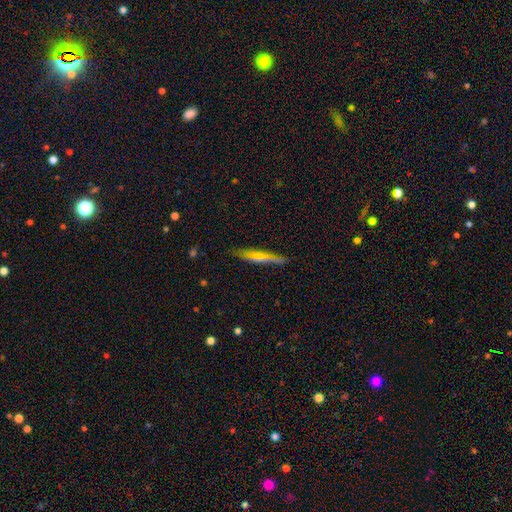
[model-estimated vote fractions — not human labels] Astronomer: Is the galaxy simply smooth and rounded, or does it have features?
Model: smooth — 53% (runner-up: featured or disk, 39%).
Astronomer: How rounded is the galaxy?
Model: cigar-shaped — 90%.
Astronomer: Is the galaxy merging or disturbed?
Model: none — 77%.